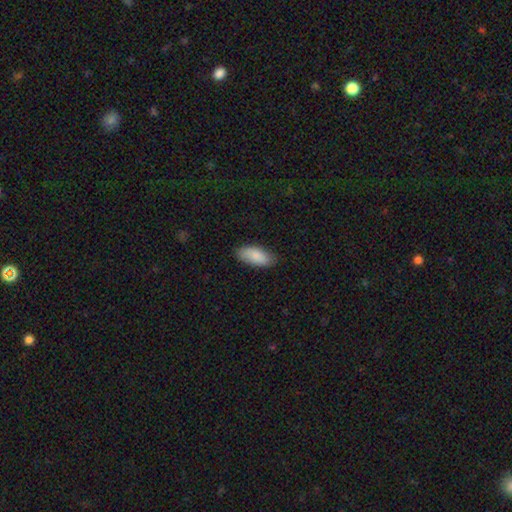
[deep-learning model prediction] smooth_or_featured: smooth (p=0.87) [alt: featured or disk p=0.07]
how_rounded: in between (p=0.88) [alt: cigar-shaped p=0.11]
merging: none (p=0.83) [alt: minor disturbance p=0.14]